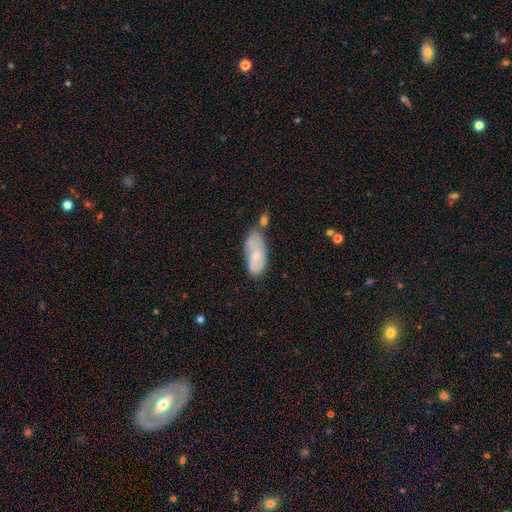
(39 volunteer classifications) This appears to be a smooth galaxy with no disk features (49%) that is in between round and cigar-shaped (89%). Merging: none (46%).